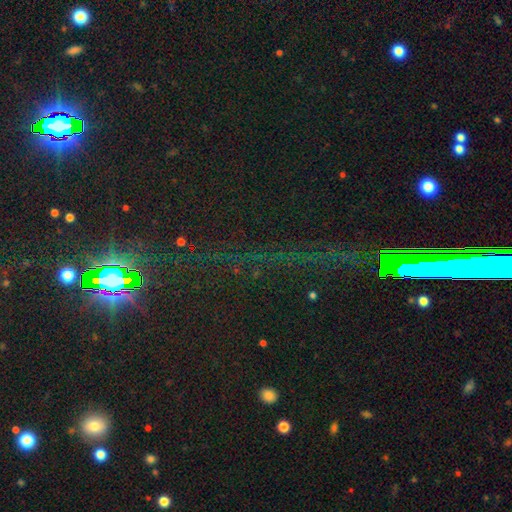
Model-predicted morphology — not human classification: This is likely a star or artifact rather than a galaxy (76%).